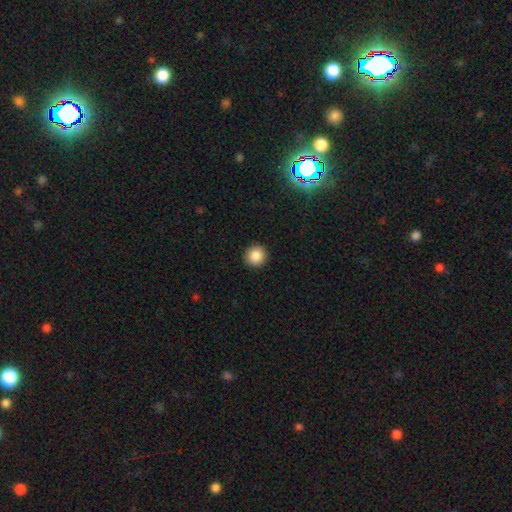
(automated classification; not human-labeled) This is clearly a smooth galaxy (87%). How rounded: clearly round (94%). Merging: clearly none (93%).